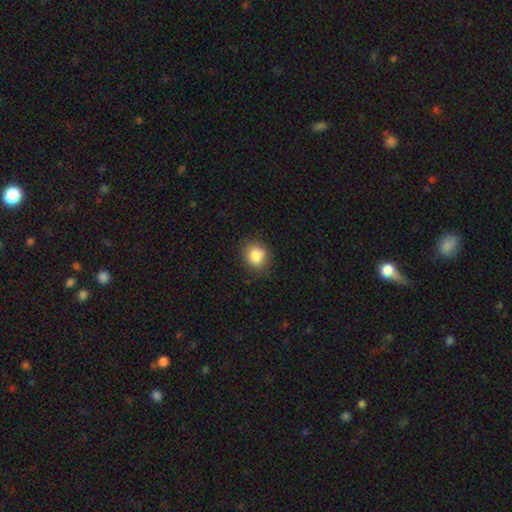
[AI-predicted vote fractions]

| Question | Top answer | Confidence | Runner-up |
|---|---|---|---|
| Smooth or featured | smooth | 85% | star or artifact (10%) |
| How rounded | round | 73% | in between (26%) |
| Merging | none | 80% | minor disturbance (15%) |